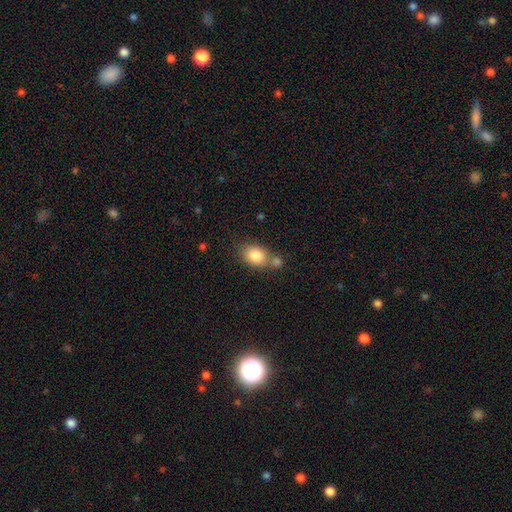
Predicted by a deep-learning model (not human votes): smooth 83%, featured or disk 9%, star or artifact 8%. Down the decision tree: how rounded — in between (68%); merging — none (51%).